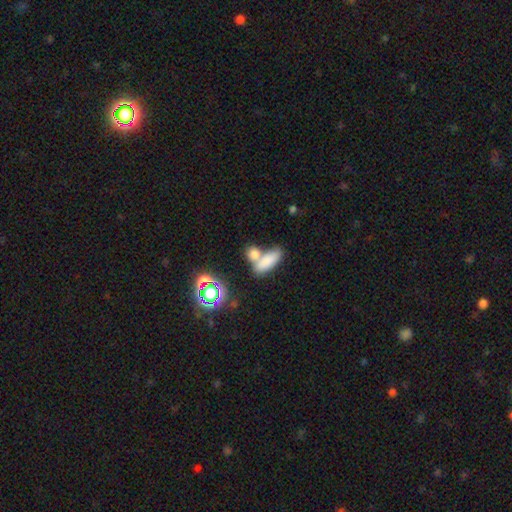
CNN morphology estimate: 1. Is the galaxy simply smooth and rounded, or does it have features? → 77% smooth, 12% star or artifact, 11% featured or disk.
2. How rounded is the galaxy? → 71% in between, 18% cigar-shaped, 10% round.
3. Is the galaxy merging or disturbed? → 48% merger, 38% none, 9% minor disturbance, 5% major disturbance.